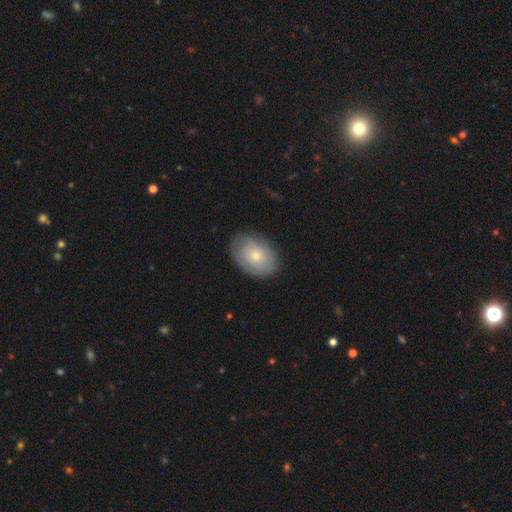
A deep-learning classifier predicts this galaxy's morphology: Smooth or featured?
  - smooth: 69% *
  - featured or disk: 24%
  - star or artifact: 7%
How rounded?
  - in between: 75% *
  - round: 24%
  - cigar-shaped: 1%
Merging?
  - none: 81% *
  - minor disturbance: 14%
  - major disturbance: 4%
  - merger: 1%